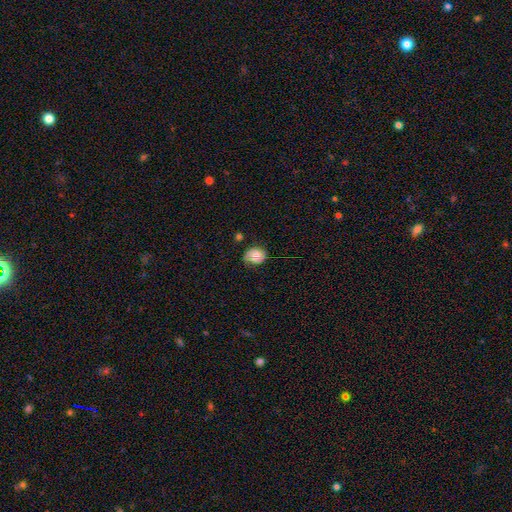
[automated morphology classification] smooth_or_featured: featured or disk (p=0.53) [alt: smooth p=0.39]
disk_edge_on: no (p=0.97) [alt: yes p=0.03]
bar: no (p=0.68) [alt: weak p=0.27]
has_spiral_arms: yes (p=0.89) [alt: no p=0.11]
bulge_size: moderate (p=0.53) [alt: small p=0.31]
merging: none (p=0.64) [alt: minor disturbance p=0.25]